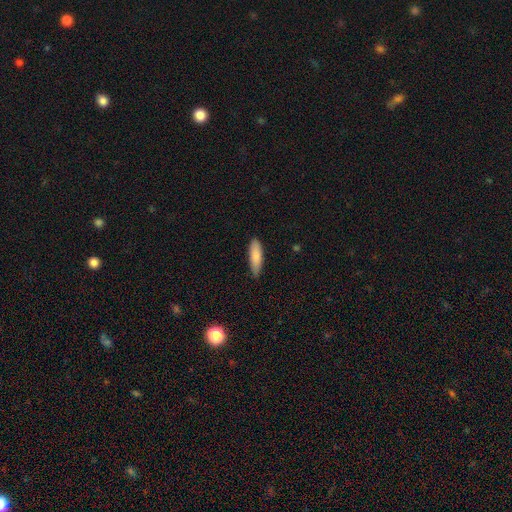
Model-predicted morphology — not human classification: Smooth or featured?
  - smooth: 77% *
  - featured or disk: 17%
  - star or artifact: 6%
How rounded?
  - cigar-shaped: 54% *
  - in between: 44%
  - round: 2%
Merging?
  - none: 79% *
  - minor disturbance: 18%
  - major disturbance: 2%
  - merger: 1%